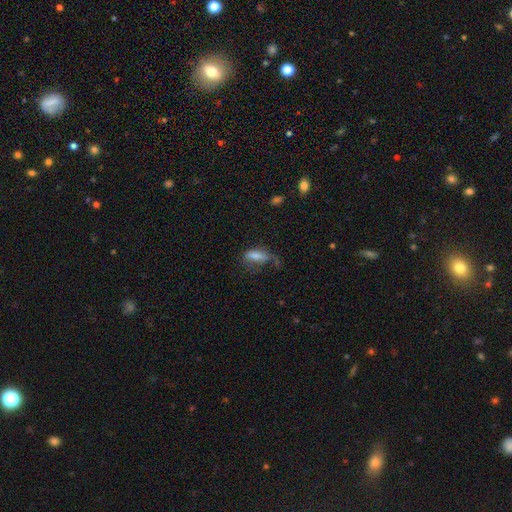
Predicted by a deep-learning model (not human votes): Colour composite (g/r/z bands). It shows a smooth galaxy with no disk features (72%) that is in between round and cigar-shaped (68%). Merging: major disturbance (34%).